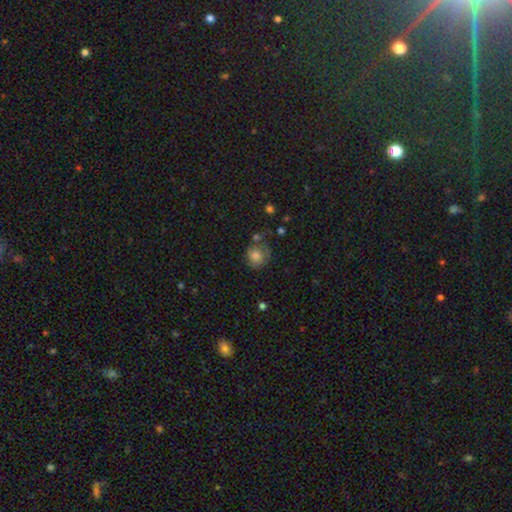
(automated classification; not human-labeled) smooth-or-featured: smooth: 74% | featured or disk: 16% | star or artifact: 10%
  how-rounded: round: 73% | in between: 26% | cigar-shaped: 1%
  merging: none: 47% | minor disturbance: 27% | major disturbance: 18% | merger: 8%